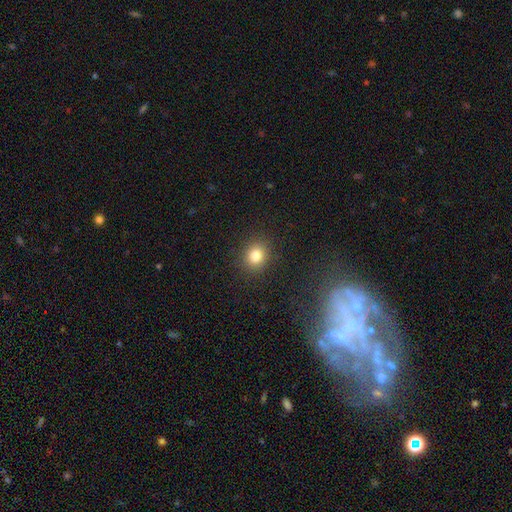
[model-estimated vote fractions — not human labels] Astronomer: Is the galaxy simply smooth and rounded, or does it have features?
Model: smooth — 81%.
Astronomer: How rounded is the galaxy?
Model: round — 74%.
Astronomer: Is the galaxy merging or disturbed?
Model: none — 89%.